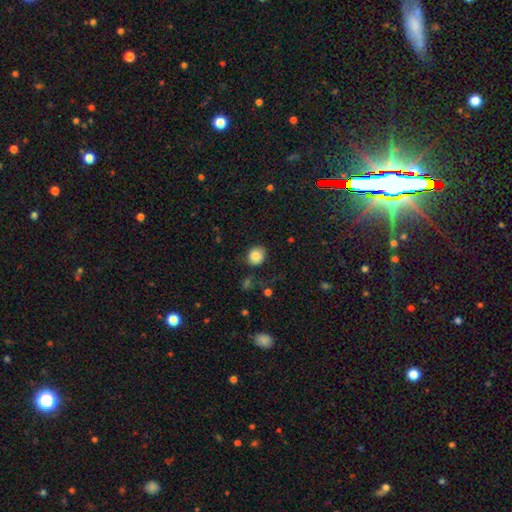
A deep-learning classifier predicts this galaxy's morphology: Overall: smooth (84%). How rounded: round (76%). Merging: none (79%).